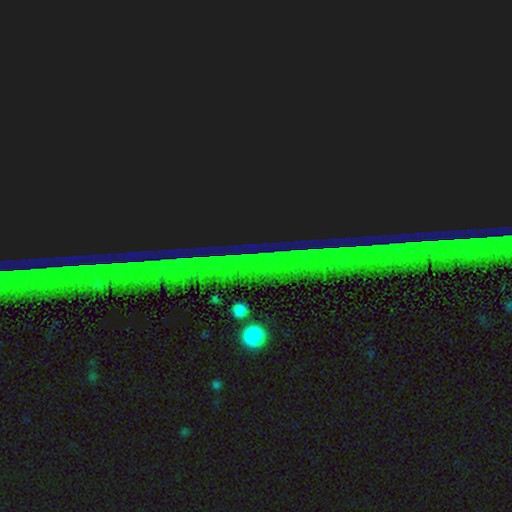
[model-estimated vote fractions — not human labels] Smooth or featured? Predicted: star or artifact (p=0.84).